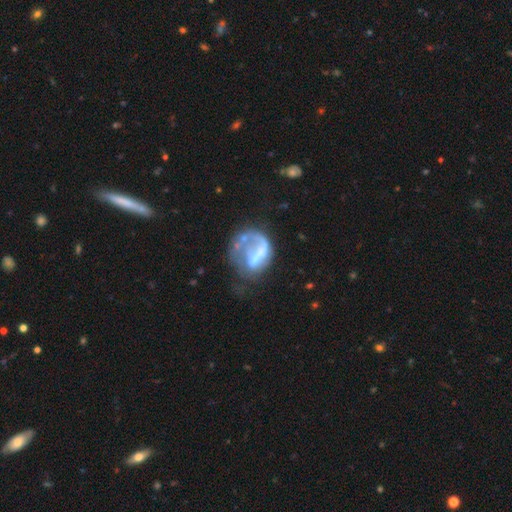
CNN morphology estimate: smooth-or-featured: featured or disk: 62% | smooth: 28% | star or artifact: 9%
  disk-edge-on: no: 97% | yes: 3%
    bar: no: 57% | weak: 28% | strong: 15%
    has-spiral-arms: no: 58% | yes: 42%
    bulge-size: none: 47% | moderate: 23% | small: 21% | large: 7% | dominant: 2%
  merging: major disturbance: 41% | none: 31% | minor disturbance: 18% | merger: 11%